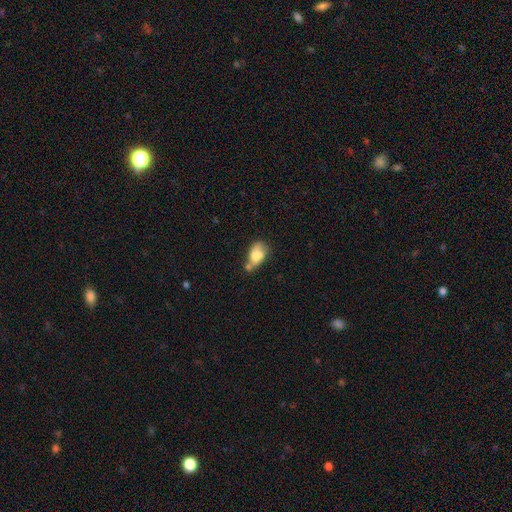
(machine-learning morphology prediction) A smooth galaxy with no disk features (67%) that is in between round and cigar-shaped (85%). Merging: merger (33%).